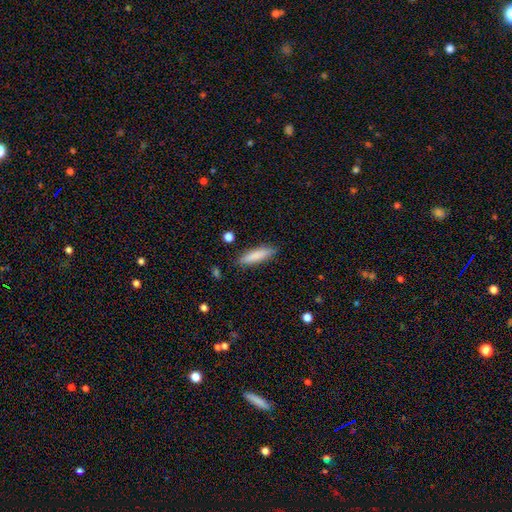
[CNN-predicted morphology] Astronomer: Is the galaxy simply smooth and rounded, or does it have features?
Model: smooth — 83%.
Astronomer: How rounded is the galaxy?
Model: cigar-shaped — 73%.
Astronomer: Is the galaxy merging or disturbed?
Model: none — 85%.